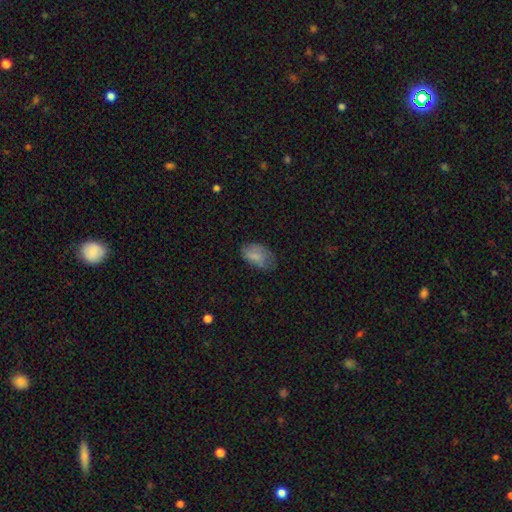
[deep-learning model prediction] This appears to be a smooth galaxy with no disk features (78%) that is in between round and cigar-shaped (91%). Merging: none (55%).